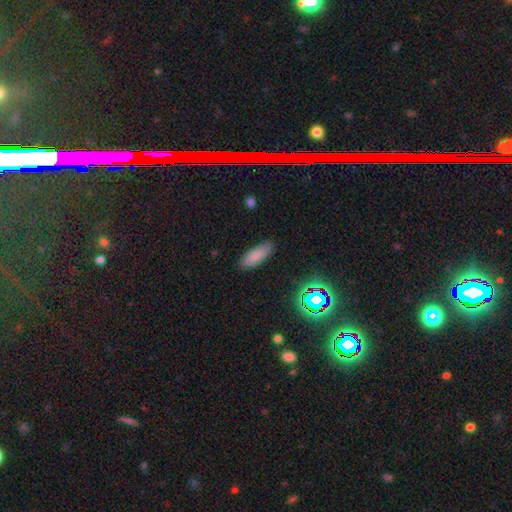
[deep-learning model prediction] The model was most divided on "how rounded": in between: 69%, cigar-shaped: 29%, round: 2%. More confident: merging — none (86%); smooth or featured — smooth (83%).